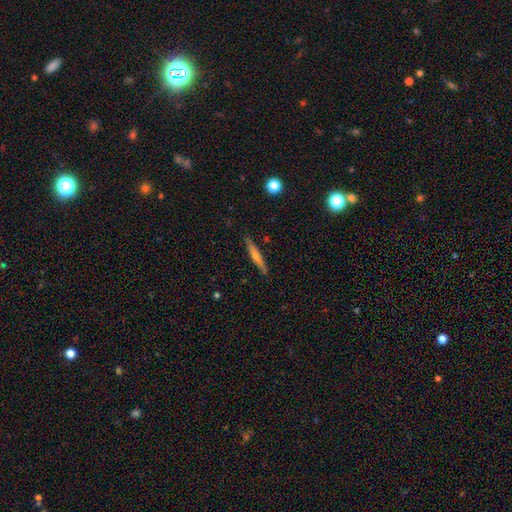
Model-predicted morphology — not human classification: A featured or disk galaxy (55%) viewed edge-on (97%) with a rounded central bulge (65%).

Vote fractions:
- Smooth or featured? featured or disk: 55% / smooth: 38% / star or artifact: 7%
- Edge-on disk? yes: 97% / no: 3%
- Edge-on bulge? rounded: 65% / none: 29% / boxy: 5%
- Merging? none: 90% / minor disturbance: 8% / major disturbance: 1% / merger: 1%